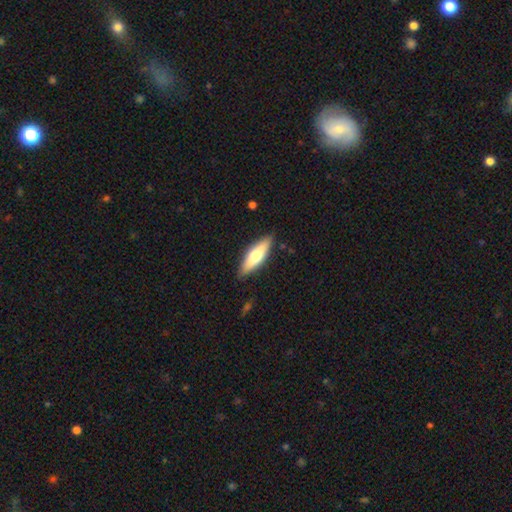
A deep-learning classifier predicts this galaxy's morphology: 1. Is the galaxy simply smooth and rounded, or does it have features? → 59% smooth, 36% featured or disk, 5% star or artifact.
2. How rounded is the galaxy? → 53% cigar-shaped, 45% in between, 2% round.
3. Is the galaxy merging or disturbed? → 86% none, 11% minor disturbance, 2% major disturbance, 1% merger.